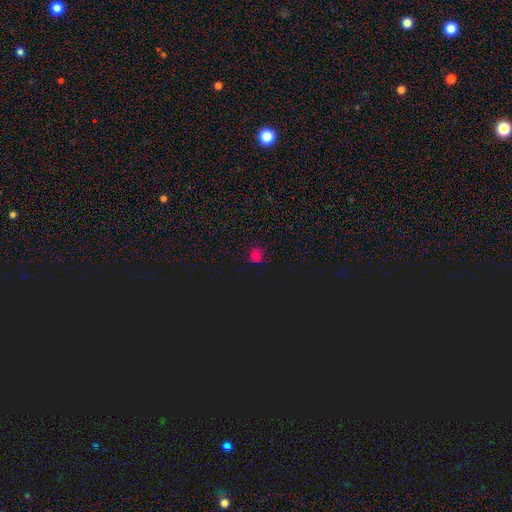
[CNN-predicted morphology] Smooth or featured? smooth (52%)
How rounded? round (88%)
Merging? none (82%)